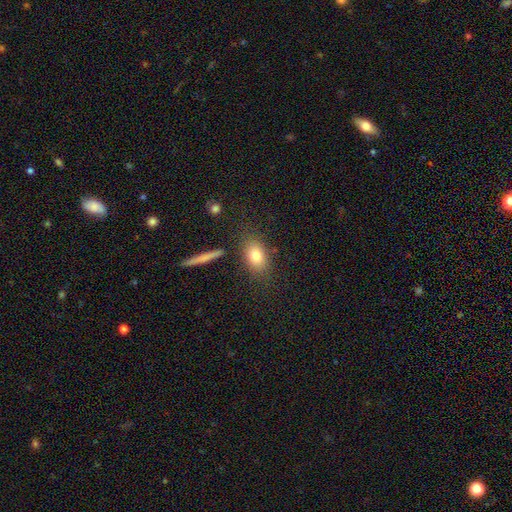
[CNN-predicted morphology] This is likely a smooth galaxy (80%). How rounded: likely in between (75%). Merging: likely none (79%).